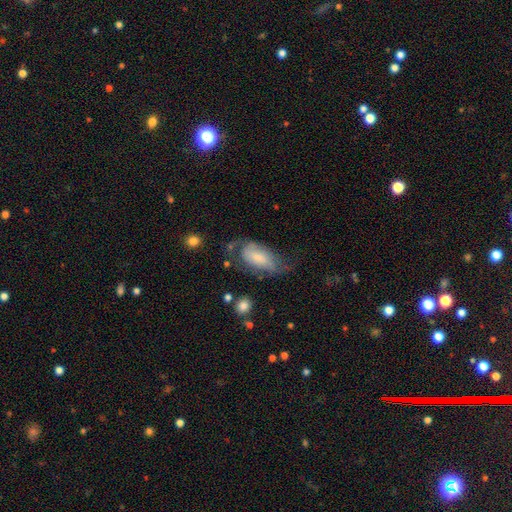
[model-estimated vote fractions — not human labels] A featured or disk galaxy (53%). Merging: none (51%).